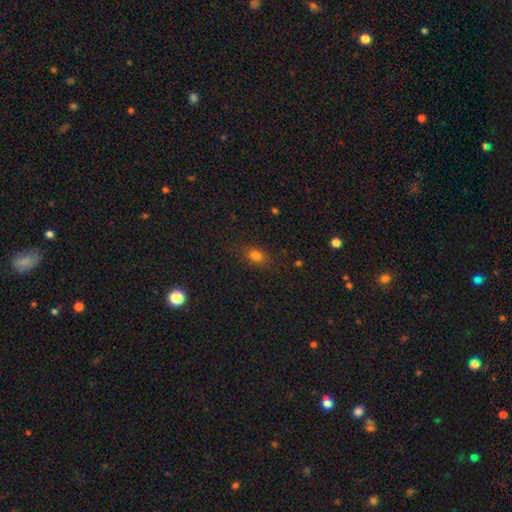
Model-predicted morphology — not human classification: A smooth galaxy with no disk features (76%) that is in between round and cigar-shaped (62%).

Vote fractions:
- Smooth or featured? smooth: 76% / star or artifact: 16% / featured or disk: 9%
- How rounded? in between: 62% / round: 33% / cigar-shaped: 4%
- Merging? none: 78% / minor disturbance: 15% / major disturbance: 5% / merger: 2%